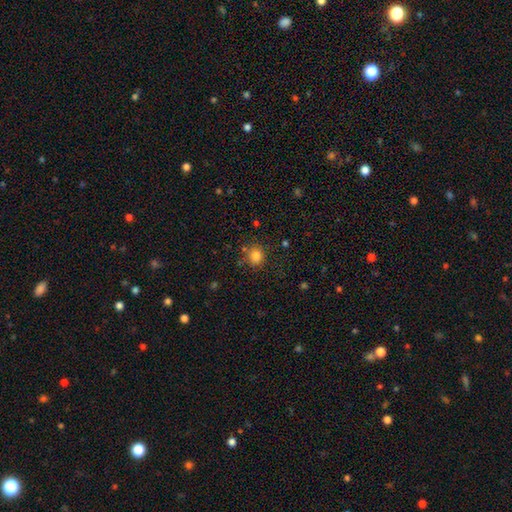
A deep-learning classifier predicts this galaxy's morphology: smooth_or_featured: smooth (p=0.81) [alt: star or artifact p=0.13]
how_rounded: round (p=0.82) [alt: in between p=0.17]
merging: none (p=0.78) [alt: minor disturbance p=0.13]